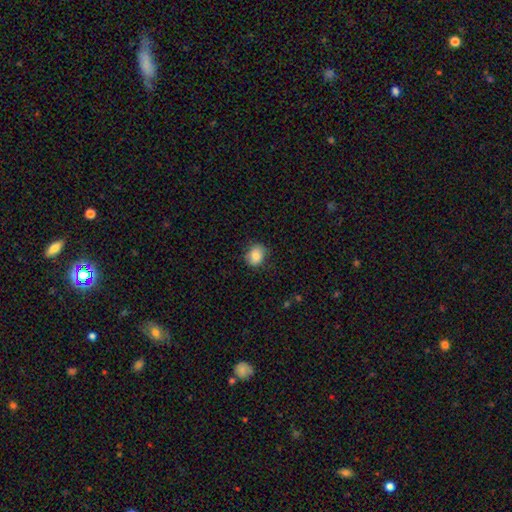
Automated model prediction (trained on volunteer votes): Overall: smooth (85%). How rounded: round (53%; in between 46%). Merging: none (76%).